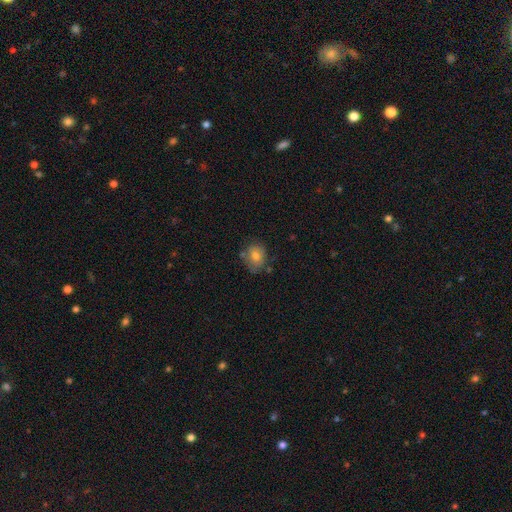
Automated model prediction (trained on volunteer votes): A smooth galaxy with no disk features (74%) that is round (58%).

Vote fractions:
- Smooth or featured? smooth: 74% / featured or disk: 16% / star or artifact: 10%
- How rounded? round: 58% / in between: 41% / cigar-shaped: 1%
- Merging? none: 65% / minor disturbance: 22% / merger: 7% / major disturbance: 5%